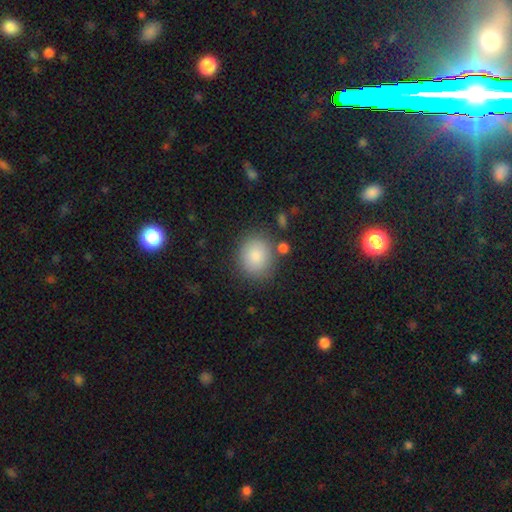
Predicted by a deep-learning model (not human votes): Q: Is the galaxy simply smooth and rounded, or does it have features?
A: smooth — 85%.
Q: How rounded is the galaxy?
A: round — 73%.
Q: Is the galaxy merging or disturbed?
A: none — 78%.